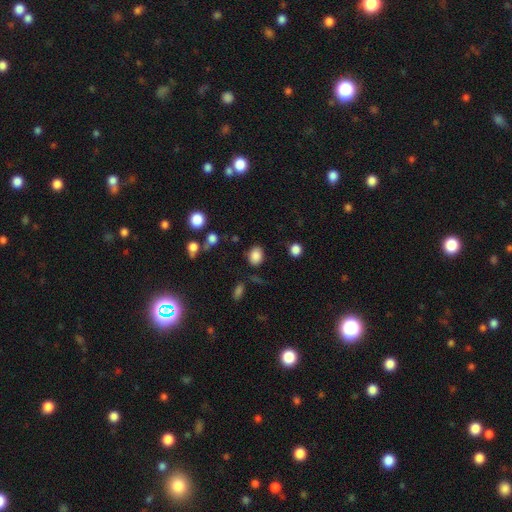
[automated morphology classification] smooth 85%, star or artifact 10%, featured or disk 5%. Down the decision tree: how rounded — in between (62%); merging — none (80%).